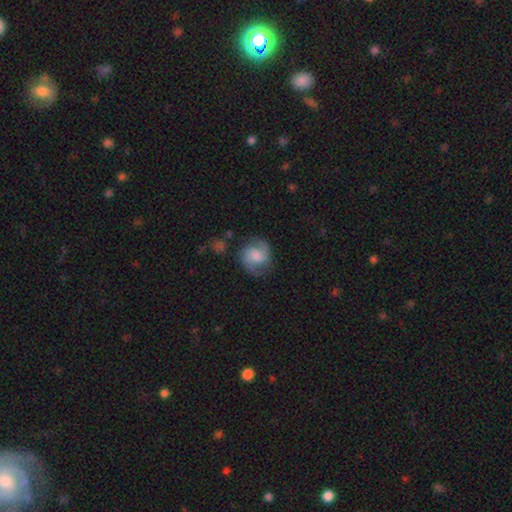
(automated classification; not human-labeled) Smooth or featured? Predicted: featured or disk (p=0.70). Edge-on disk? Predicted: no (p=0.98). Bar? Predicted: no (p=0.47). Spiral arms? Predicted: yes (p=0.95). Spiral winding? Predicted: medium (p=0.54). Spiral arm count? Predicted: 2 (p=0.90). Bulge size? Predicted: moderate (p=0.34). Merging? Predicted: none (p=0.77).